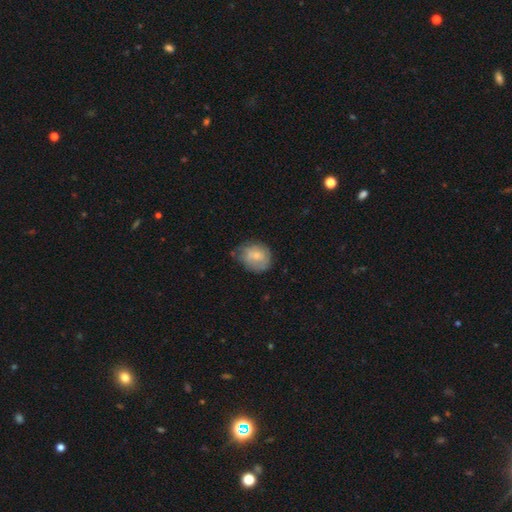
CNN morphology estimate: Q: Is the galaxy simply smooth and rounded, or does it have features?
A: smooth — 57%.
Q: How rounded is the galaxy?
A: round — 65%.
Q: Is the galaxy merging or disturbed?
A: none — 55%.